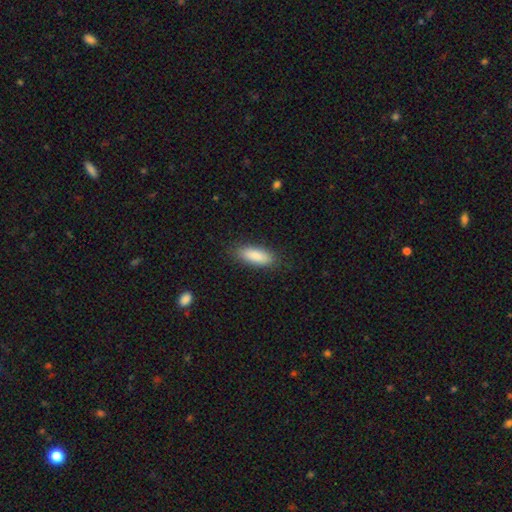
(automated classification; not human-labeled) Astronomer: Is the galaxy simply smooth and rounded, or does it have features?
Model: smooth — 88%.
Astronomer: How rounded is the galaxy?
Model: in between — 71%.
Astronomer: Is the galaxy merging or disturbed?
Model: none — 86%.